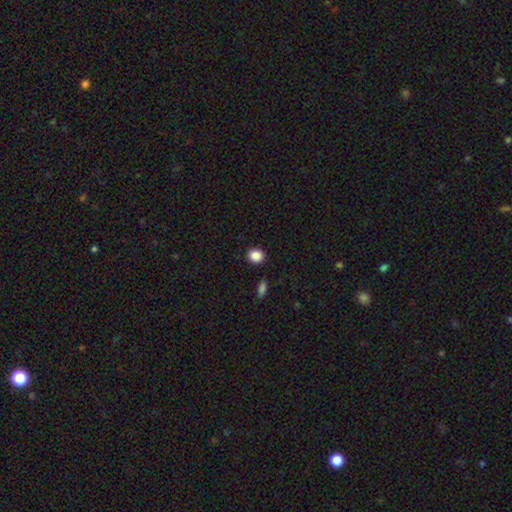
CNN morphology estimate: Smooth or featured?
  - smooth: 88% *
  - star or artifact: 9%
  - featured or disk: 3%
How rounded?
  - round: 74% *
  - in between: 25%
  - cigar-shaped: 1%
Merging?
  - none: 90% *
  - minor disturbance: 6%
  - major disturbance: 2%
  - merger: 2%